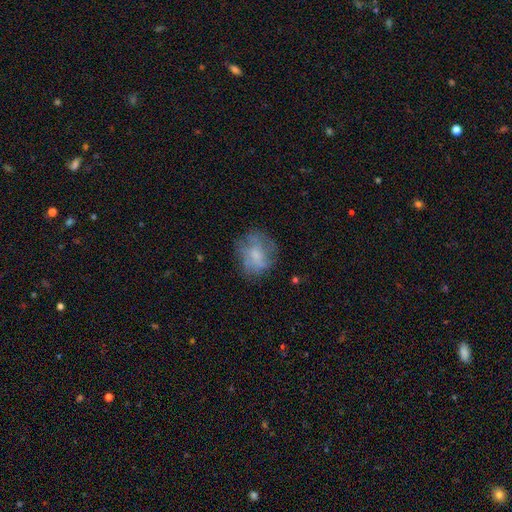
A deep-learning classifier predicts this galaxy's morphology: type=smooth (49%); merging=none (62%).